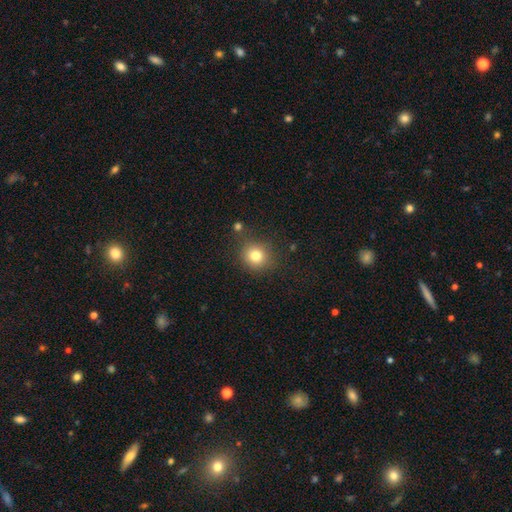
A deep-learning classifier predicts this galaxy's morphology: The model was most divided on "smooth or featured": smooth: 80%, star or artifact: 13%, featured or disk: 7%. More confident: how rounded — round (86%); merging — none (82%).